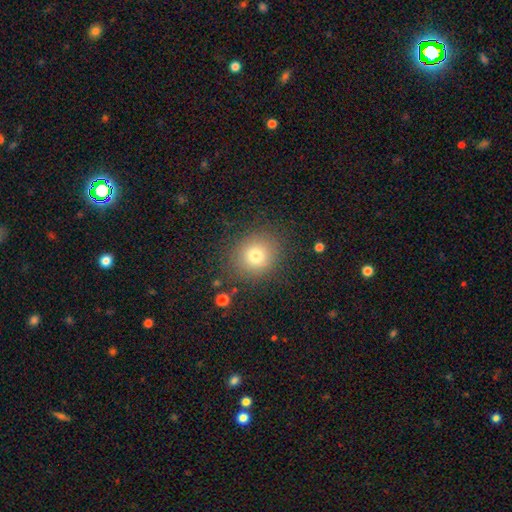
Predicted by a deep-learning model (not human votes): A smooth galaxy with no disk features (76%) that is round (81%).

Vote fractions:
- Smooth or featured? smooth: 76% / star or artifact: 13% / featured or disk: 11%
- How rounded? round: 81% / in between: 18% / cigar-shaped: 1%
- Merging? none: 83% / minor disturbance: 11% / major disturbance: 5% / merger: 2%